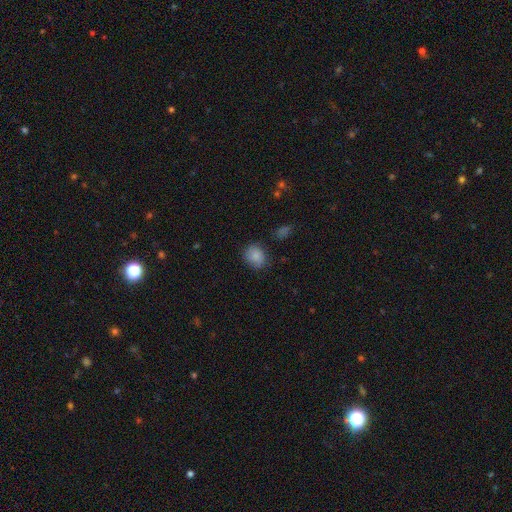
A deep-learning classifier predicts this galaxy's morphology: Smooth or featured: smooth — 85% (star or artifact — 9%)
How rounded: round — 55% (in between — 44%)
Merging: none — 73% (minor disturbance — 19%)